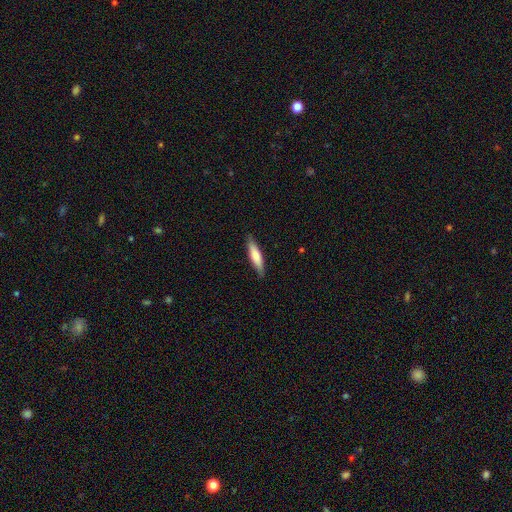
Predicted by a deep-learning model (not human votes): Smooth or featured?
  - smooth: 72% *
  - featured or disk: 23%
  - star or artifact: 5%
How rounded?
  - cigar-shaped: 77% *
  - in between: 22%
  - round: 1%
Merging?
  - none: 85% *
  - minor disturbance: 12%
  - major disturbance: 2%
  - merger: 1%